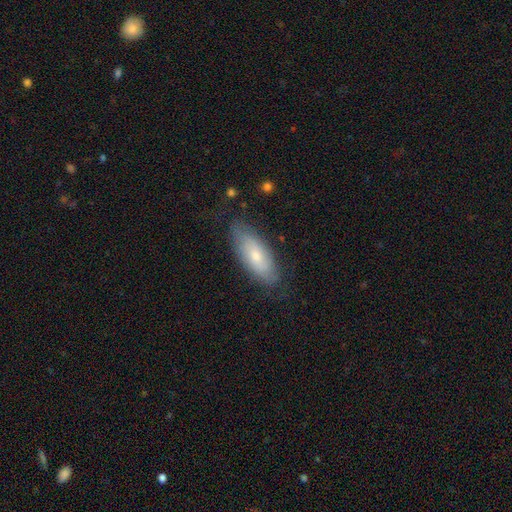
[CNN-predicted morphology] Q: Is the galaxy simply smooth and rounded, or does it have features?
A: smooth — 62%.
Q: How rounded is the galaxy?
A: in between — 78%.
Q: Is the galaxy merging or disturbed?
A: none — 74%.